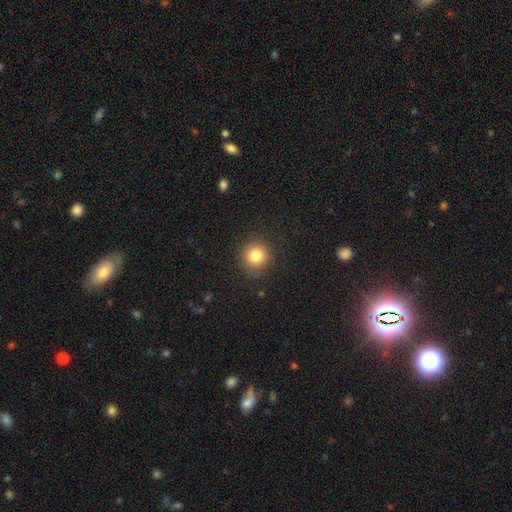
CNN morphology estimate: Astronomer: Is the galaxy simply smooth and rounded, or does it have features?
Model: smooth — 82%.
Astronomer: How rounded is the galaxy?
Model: round — 93%.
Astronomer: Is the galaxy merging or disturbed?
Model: none — 89%.